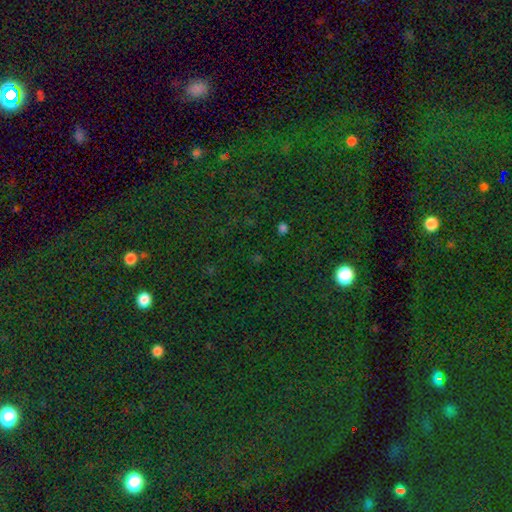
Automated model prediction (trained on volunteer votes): This is likely a star or artifact rather than a galaxy (79%).